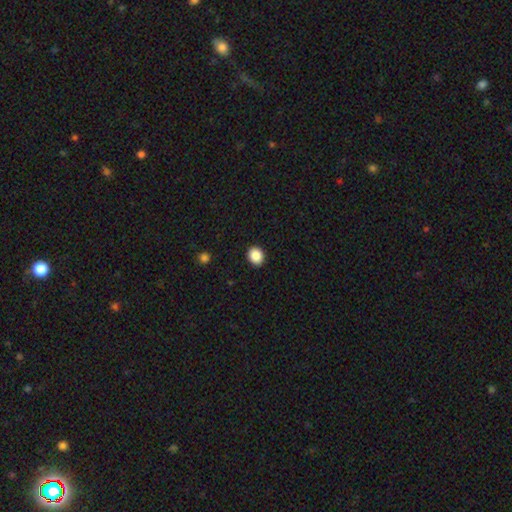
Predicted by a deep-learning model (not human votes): Overall: smooth (88%). How rounded: round (60%; in between 40%). Merging: none (91%).